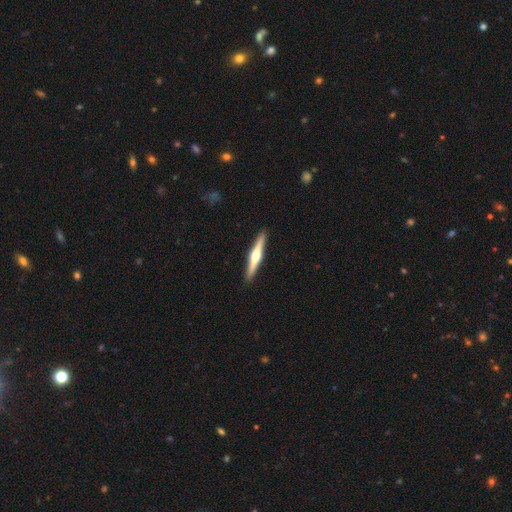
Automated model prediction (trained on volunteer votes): This is likely a featured or disk galaxy (66%). It is clearly viewed edge-on (98%). Edge-on bulge: clearly rounded (91%). Merging: clearly none (92%).